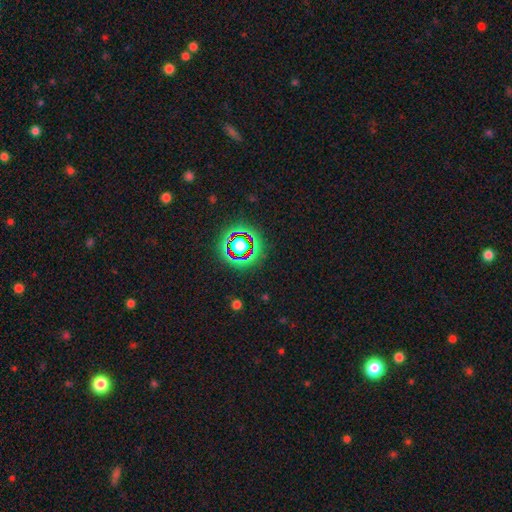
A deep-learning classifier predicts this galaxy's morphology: Smooth or featured? star or artifact (77%)